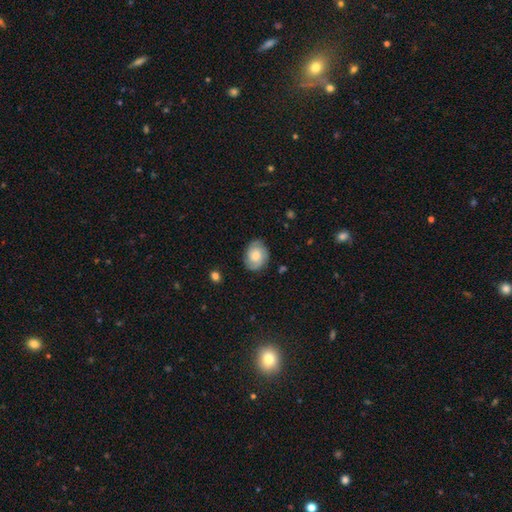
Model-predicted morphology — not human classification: A featured or disk galaxy (47%).

Vote fractions:
- Smooth or featured? featured or disk: 47% / smooth: 45% / star or artifact: 8%
- Merging? none: 80% / minor disturbance: 15% / major disturbance: 4% / merger: 1%